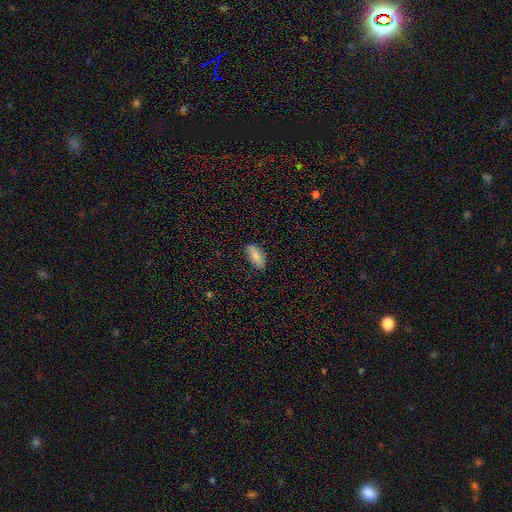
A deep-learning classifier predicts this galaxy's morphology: A smooth galaxy with no disk features (82%) that is in between round and cigar-shaped (87%).

Vote fractions:
- Smooth or featured? smooth: 82% / featured or disk: 12% / star or artifact: 7%
- How rounded? in between: 87% / cigar-shaped: 10% / round: 2%
- Merging? none: 83% / minor disturbance: 13% / major disturbance: 2% / merger: 1%